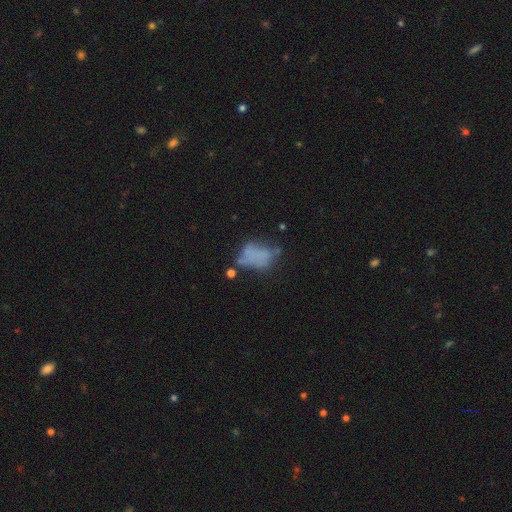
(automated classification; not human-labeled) smooth_or_featured: smooth (p=0.52) [alt: featured or disk p=0.33]
how_rounded: in between (p=0.81) [alt: round p=0.15]
merging: none (p=0.31) [alt: major disturbance p=0.29]